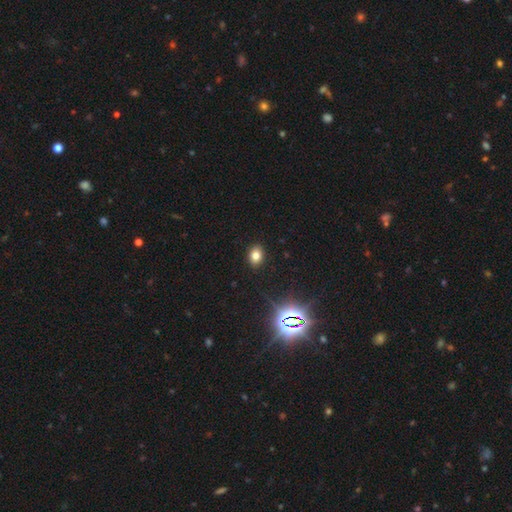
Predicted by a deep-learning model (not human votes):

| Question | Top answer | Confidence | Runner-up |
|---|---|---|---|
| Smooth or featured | smooth | 75% | star or artifact (17%) |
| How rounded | in between | 71% | round (28%) |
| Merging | none | 90% | minor disturbance (7%) |